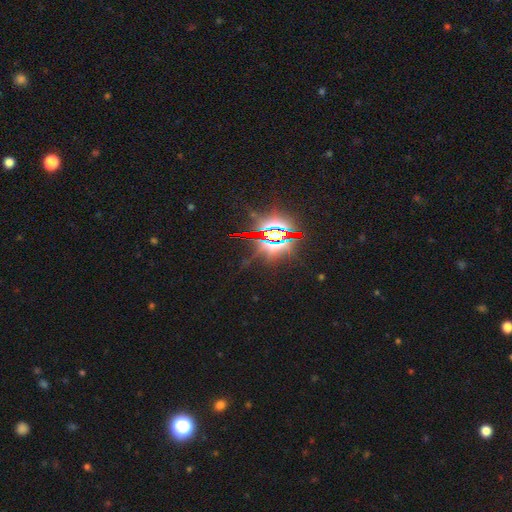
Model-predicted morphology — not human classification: Overall: star or artifact (85%).